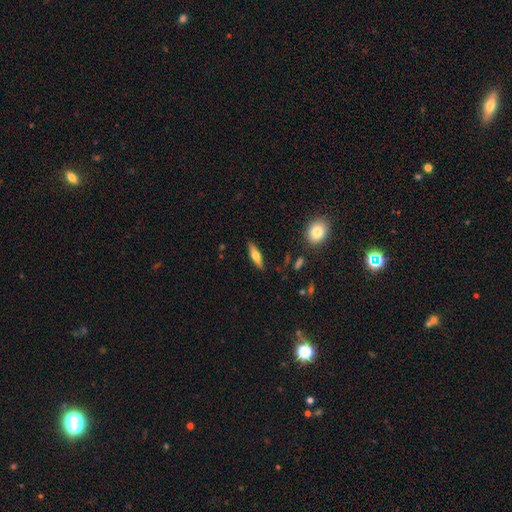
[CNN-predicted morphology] Q: Smooth or featured?
A: smooth (54%); runner-up: featured or disk (39%)
Q: How rounded?
A: cigar-shaped (62%); runner-up: in between (36%)
Q: Merging?
A: none (87%); runner-up: minor disturbance (9%)